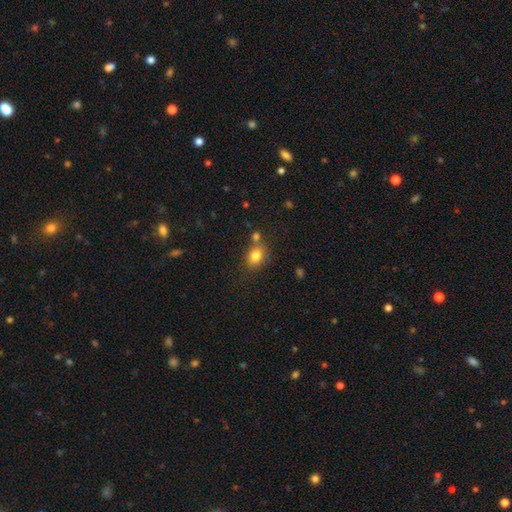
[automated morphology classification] Smooth or featured?
  - smooth: 81% *
  - star or artifact: 10%
  - featured or disk: 8%
How rounded?
  - in between: 54% *
  - round: 45%
  - cigar-shaped: 1%
Merging?
  - none: 65% *
  - merger: 16%
  - minor disturbance: 14%
  - major disturbance: 4%